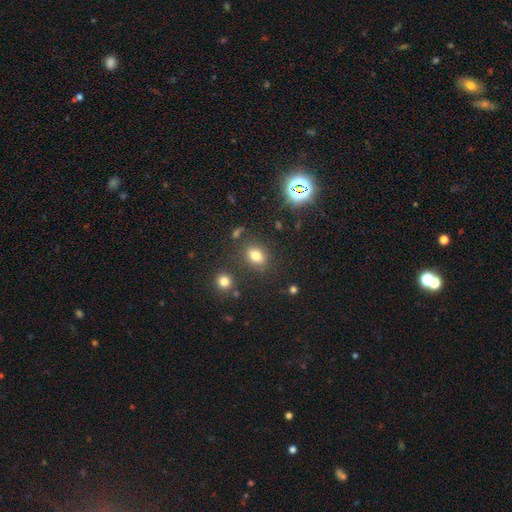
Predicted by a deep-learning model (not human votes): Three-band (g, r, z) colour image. It shows a smooth galaxy with no disk features (76%) that is in between round and cigar-shaped (66%). Merging: none (78%).